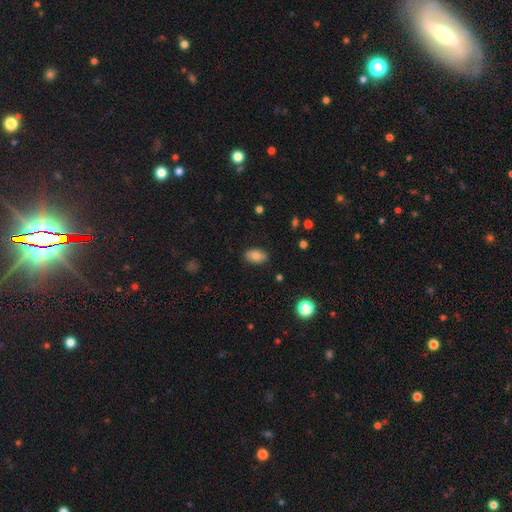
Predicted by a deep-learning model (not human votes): Q: Smooth or featured?
A: smooth (78%); runner-up: featured or disk (13%)
Q: How rounded?
A: in between (90%); runner-up: round (9%)
Q: Merging?
A: none (86%); runner-up: minor disturbance (10%)